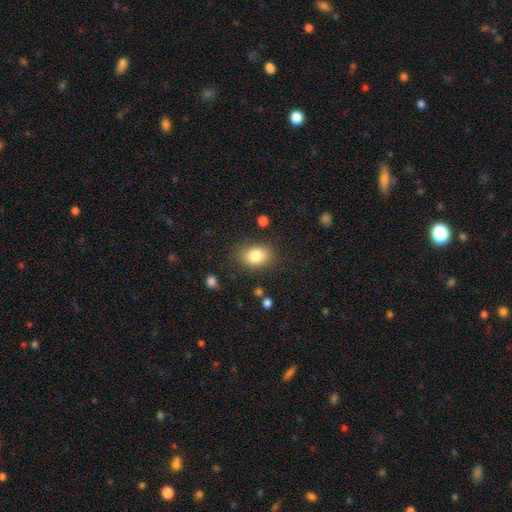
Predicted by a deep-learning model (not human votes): A smooth galaxy with no disk features (84%) that is in between round and cigar-shaped (74%).

Vote fractions:
- Smooth or featured? smooth: 84% / star or artifact: 9% / featured or disk: 8%
- How rounded? in between: 74% / round: 25% / cigar-shaped: 1%
- Merging? none: 81% / minor disturbance: 13% / major disturbance: 4% / merger: 2%